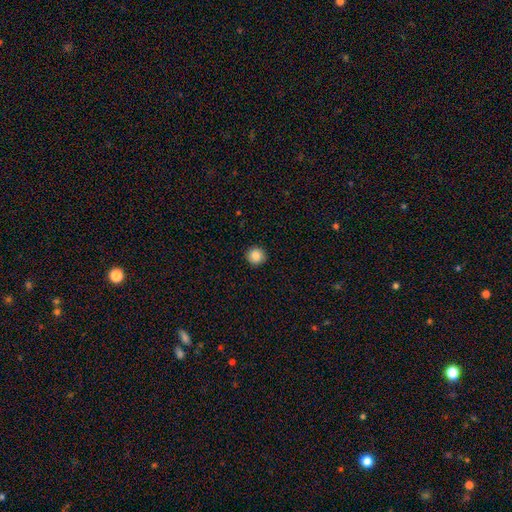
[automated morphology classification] Overall: smooth (86%). How rounded: round (92%). Merging: none (90%).